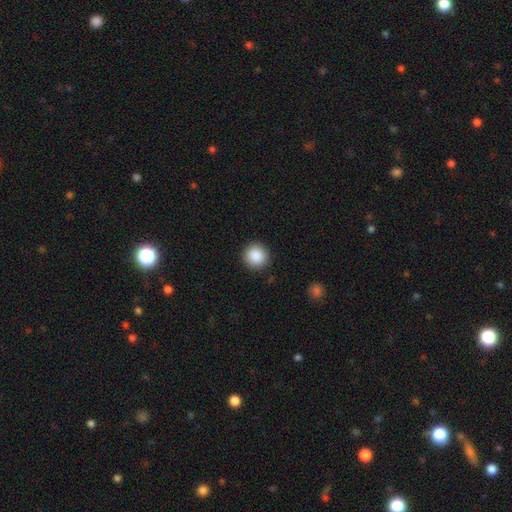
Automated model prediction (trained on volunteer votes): smooth-or-featured: smooth: 88% | star or artifact: 8% | featured or disk: 4%
  how-rounded: round: 93% | in between: 6% | cigar-shaped: 1%
  merging: none: 91% | minor disturbance: 6% | major disturbance: 2% | merger: 1%